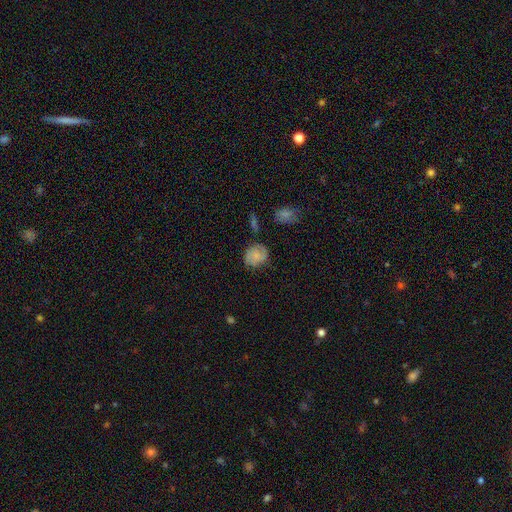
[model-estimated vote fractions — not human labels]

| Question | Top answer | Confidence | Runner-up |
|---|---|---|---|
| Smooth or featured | smooth | 60% | featured or disk (31%) |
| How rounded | round | 59% | in between (40%) |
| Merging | none | 65% | minor disturbance (24%) |